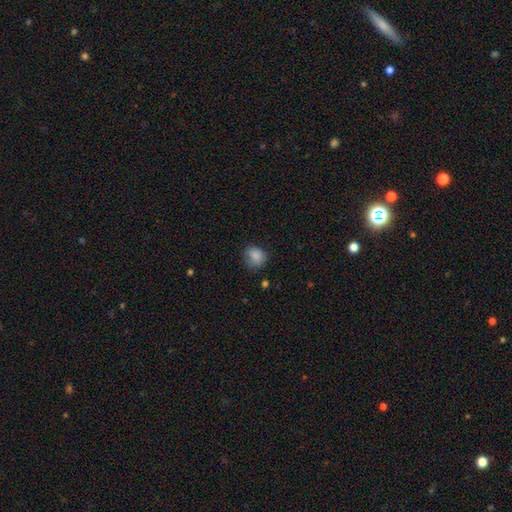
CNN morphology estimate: This is clearly a smooth galaxy (85%). How rounded: likely round (67%). Merging: likely none (66%).